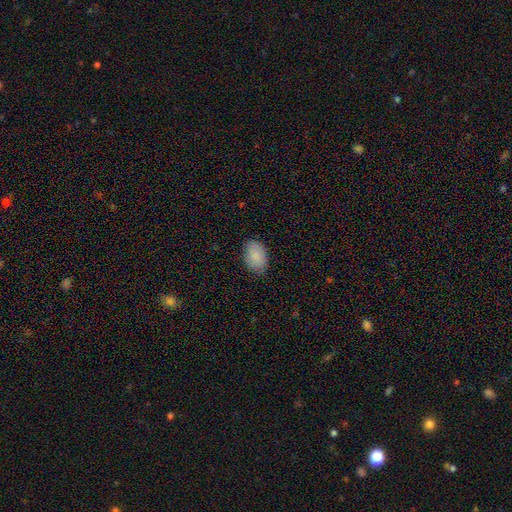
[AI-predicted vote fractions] Smooth or featured: smooth — 87% (star or artifact — 7%)
How rounded: in between — 86% (round — 13%)
Merging: none — 81% (minor disturbance — 15%)